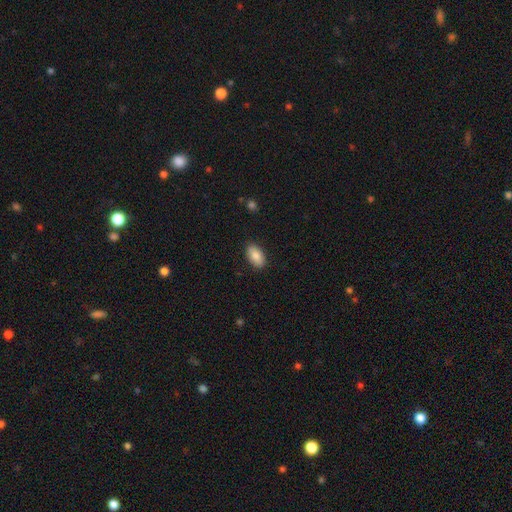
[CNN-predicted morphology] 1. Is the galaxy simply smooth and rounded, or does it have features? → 86% smooth, 8% featured or disk, 6% star or artifact.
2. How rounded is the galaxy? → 94% in between, 4% round, 3% cigar-shaped.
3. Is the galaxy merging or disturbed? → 88% none, 9% minor disturbance, 2% major disturbance, 1% merger.